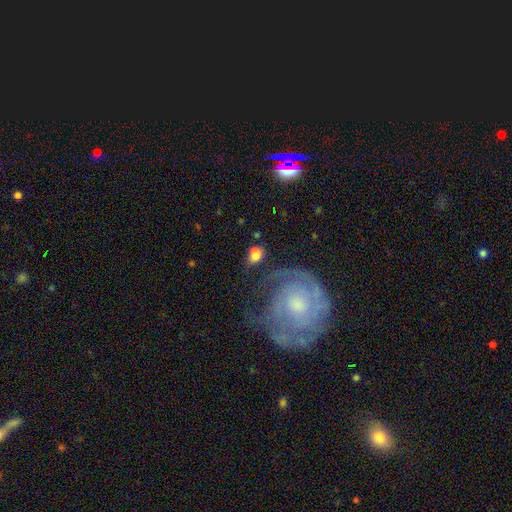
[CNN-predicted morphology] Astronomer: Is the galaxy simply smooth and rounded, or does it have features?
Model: smooth — 69%.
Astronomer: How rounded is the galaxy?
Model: in between — 70%.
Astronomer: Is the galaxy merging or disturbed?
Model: none — 44% (runner-up: minor disturbance, 21%).